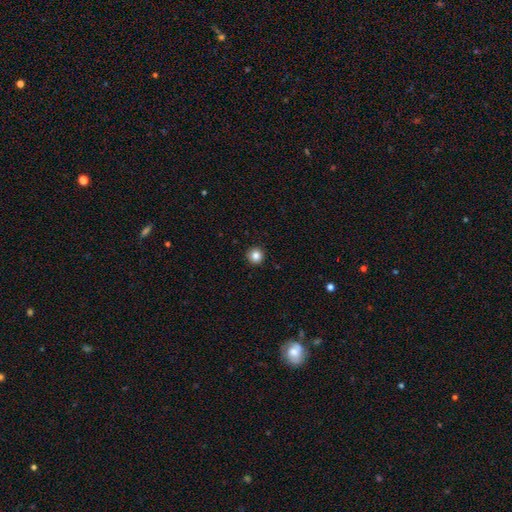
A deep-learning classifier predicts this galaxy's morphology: Smooth or featured? smooth (84%)
How rounded? round (96%)
Merging? none (93%)